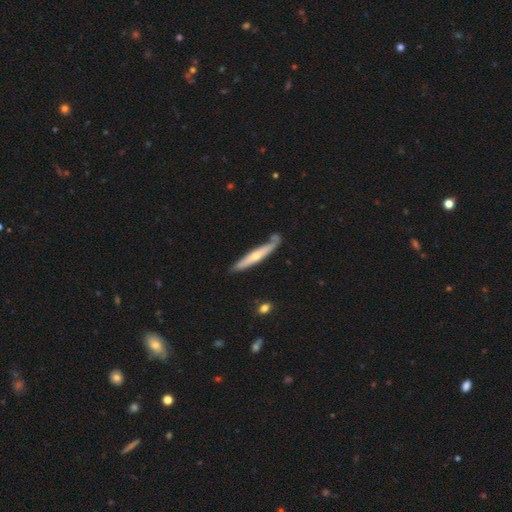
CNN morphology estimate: This appears to be a featured or disk galaxy (55%) viewed edge-on (88%). Merging: none (76%).